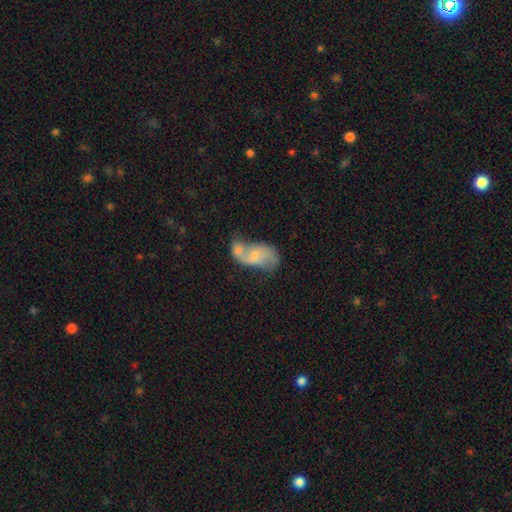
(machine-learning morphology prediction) This appears to be a featured or disk galaxy (69%) with no bar (57%), 2 (86%) loose (64%) spiral arms (83%) and a small central bulge (55%). Merging: merger (48%).